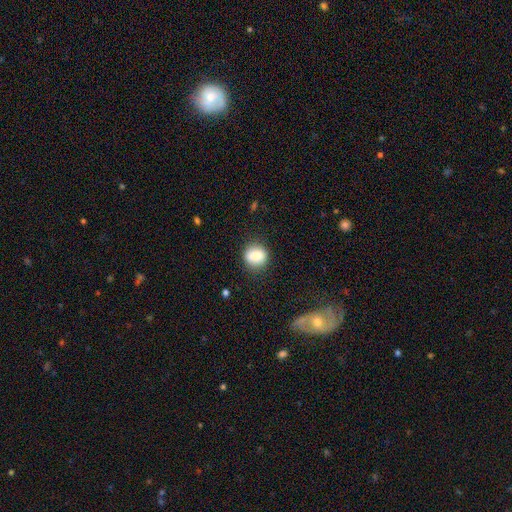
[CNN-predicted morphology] Smooth or featured? smooth (82%)
How rounded? round (65%)
Merging? none (82%)